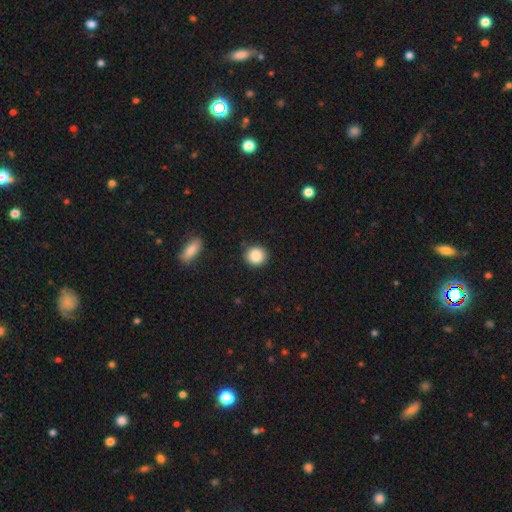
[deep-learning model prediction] smooth-or-featured: smooth: 87% | star or artifact: 9% | featured or disk: 4%
  how-rounded: round: 89% | in between: 10% | cigar-shaped: 1%
  merging: none: 89% | minor disturbance: 7% | major disturbance: 2% | merger: 2%